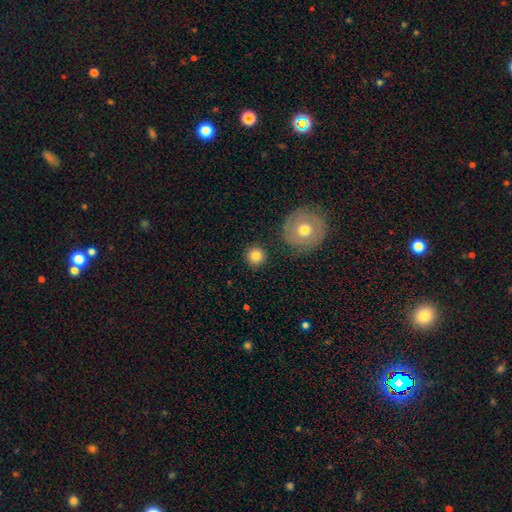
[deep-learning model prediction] A smooth galaxy with no disk features (81%) that is round (94%). Merging: none (88%).